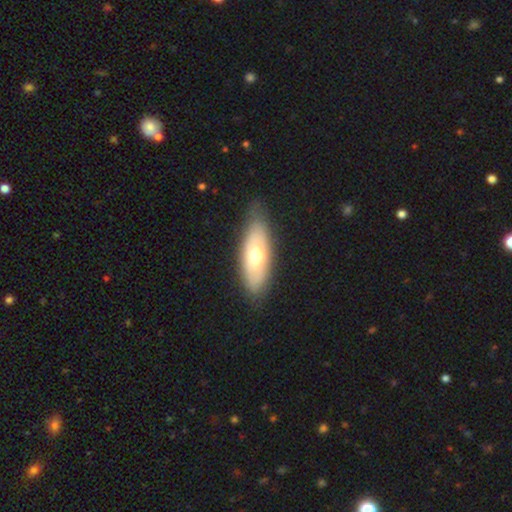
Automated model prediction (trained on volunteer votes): Smooth or featured? smooth (57%)
How rounded? in between (72%)
Merging? none (76%)